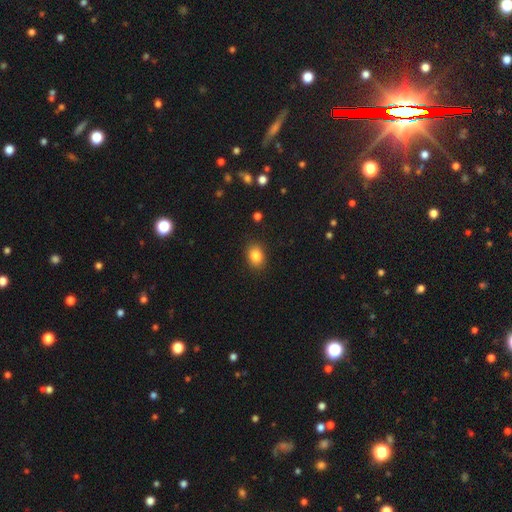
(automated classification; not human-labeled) Smooth or featured?
  - smooth: 85% *
  - star or artifact: 10%
  - featured or disk: 6%
How rounded?
  - in between: 63% *
  - round: 36%
  - cigar-shaped: 1%
Merging?
  - none: 88% *
  - minor disturbance: 9%
  - major disturbance: 2%
  - merger: 1%